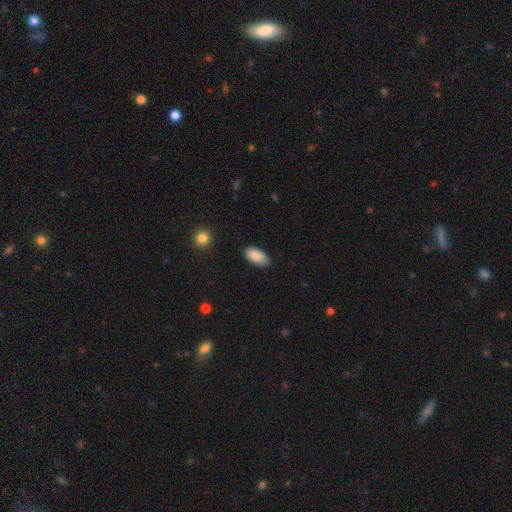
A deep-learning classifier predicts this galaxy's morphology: This is clearly a smooth galaxy (86%). How rounded: clearly in between (94%). Merging: clearly none (84%).